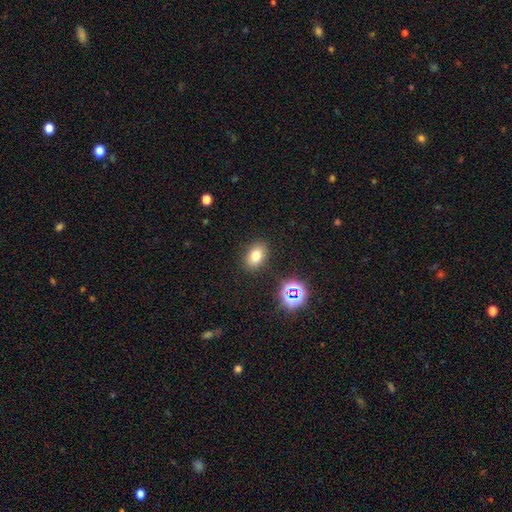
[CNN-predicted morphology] A smooth galaxy with no disk features (74%) that is in between round and cigar-shaped (77%).

Vote fractions:
- Smooth or featured? smooth: 74% / star or artifact: 16% / featured or disk: 10%
- How rounded? in between: 77% / round: 22% / cigar-shaped: 1%
- Merging? none: 86% / minor disturbance: 9% / major disturbance: 3% / merger: 2%